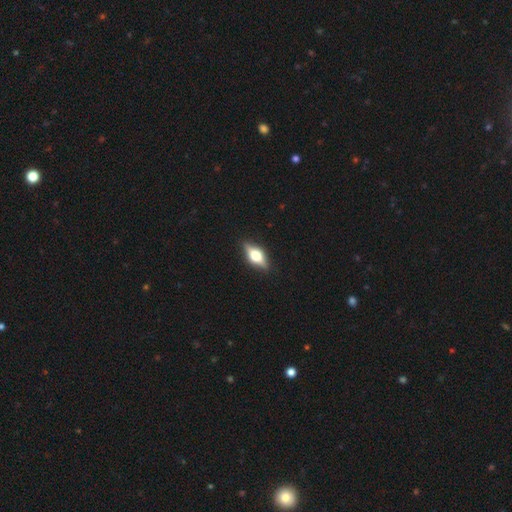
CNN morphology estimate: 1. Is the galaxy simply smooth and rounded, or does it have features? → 55% featured or disk, 38% smooth, 8% star or artifact.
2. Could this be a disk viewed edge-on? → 93% yes, 7% no.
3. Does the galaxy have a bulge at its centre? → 93% rounded, 6% boxy, 1% none.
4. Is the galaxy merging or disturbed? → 87% none, 9% minor disturbance, 2% major disturbance, 1% merger.